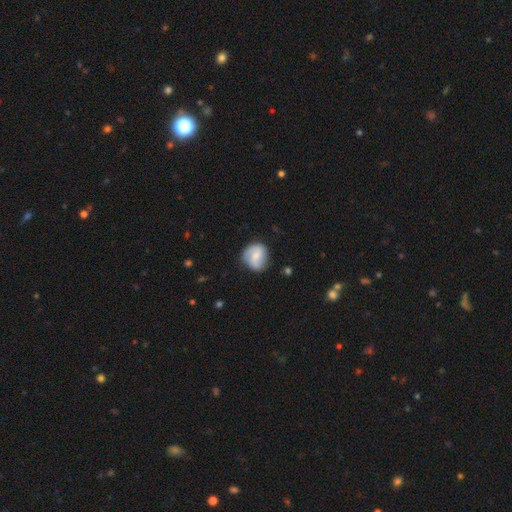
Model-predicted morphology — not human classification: featured or disk 48%, smooth 46%, star or artifact 6%. Down the decision tree: merging — none (69%).